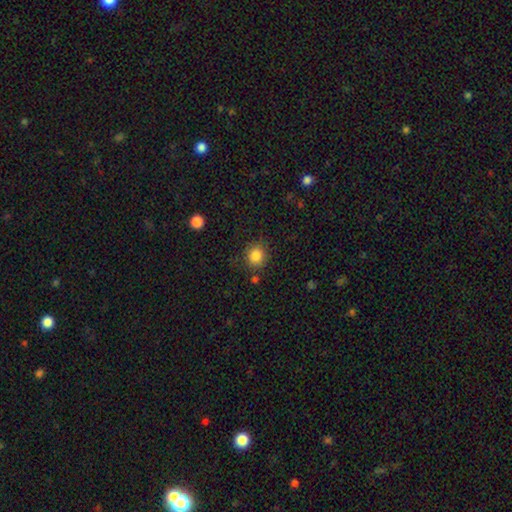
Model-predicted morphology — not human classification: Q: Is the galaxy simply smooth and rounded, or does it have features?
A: smooth — 85%.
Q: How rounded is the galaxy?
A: round — 84%.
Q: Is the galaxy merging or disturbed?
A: none — 84%.